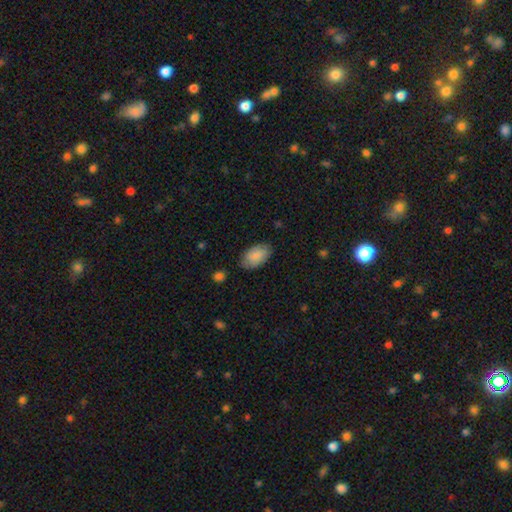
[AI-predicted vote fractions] Q: Smooth or featured?
A: smooth (86%); runner-up: featured or disk (8%)
Q: How rounded?
A: in between (94%); runner-up: round (5%)
Q: Merging?
A: none (79%); runner-up: minor disturbance (17%)